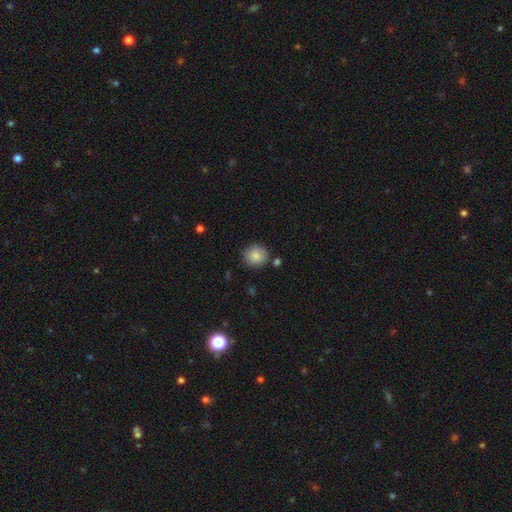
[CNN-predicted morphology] smooth 86%, star or artifact 8%, featured or disk 5%. Down the decision tree: how rounded — round (89%); merging — none (84%).